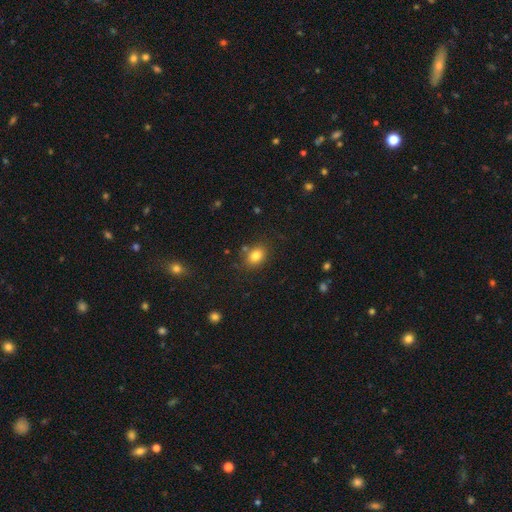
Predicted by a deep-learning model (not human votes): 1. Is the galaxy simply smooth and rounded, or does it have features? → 81% smooth, 11% star or artifact, 8% featured or disk.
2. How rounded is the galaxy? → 58% in between, 41% round, 1% cigar-shaped.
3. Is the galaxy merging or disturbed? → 79% none, 12% minor disturbance, 6% merger, 3% major disturbance.